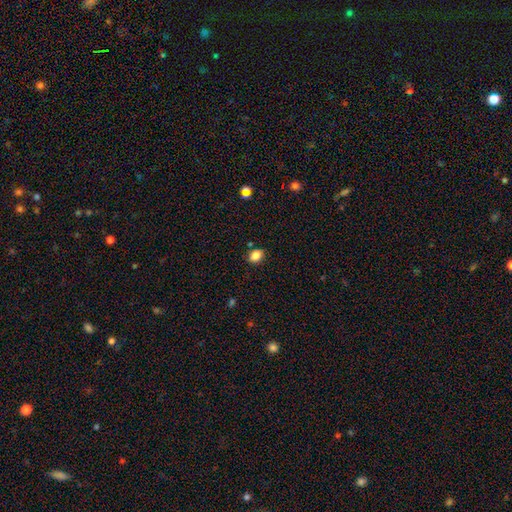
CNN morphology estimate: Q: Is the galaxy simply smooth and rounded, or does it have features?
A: smooth — 85%.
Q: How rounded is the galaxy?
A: in between — 67%.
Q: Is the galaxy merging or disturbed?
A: none — 84%.